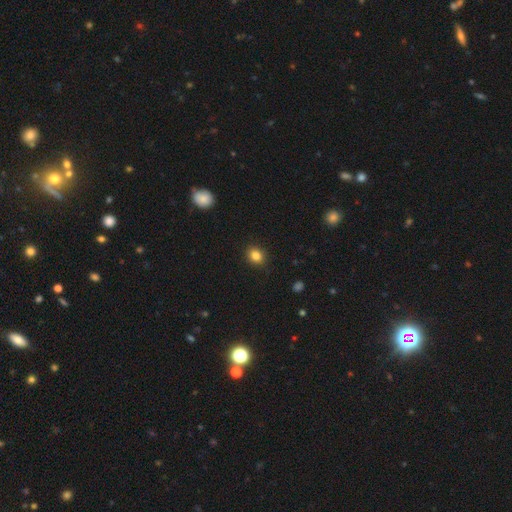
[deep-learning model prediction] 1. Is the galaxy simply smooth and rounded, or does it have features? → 84% smooth, 11% star or artifact, 5% featured or disk.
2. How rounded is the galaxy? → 69% round, 30% in between, 1% cigar-shaped.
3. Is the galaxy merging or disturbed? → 89% none, 8% minor disturbance, 2% major disturbance, 1% merger.